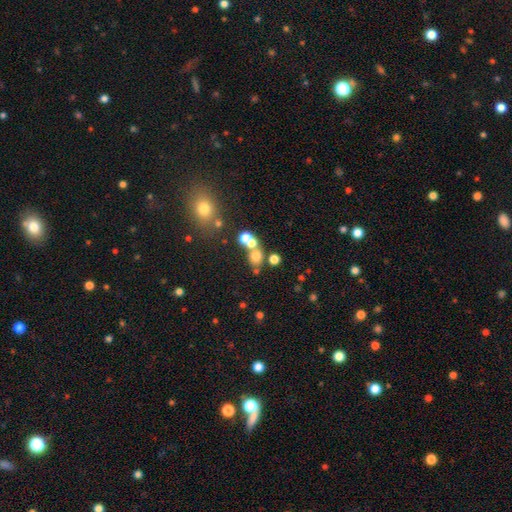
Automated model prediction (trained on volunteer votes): Smooth or featured?
  - smooth: 66% *
  - star or artifact: 19%
  - featured or disk: 15%
How rounded?
  - round: 73% *
  - in between: 25%
  - cigar-shaped: 2%
Merging?
  - none: 45% *
  - merger: 42%
  - minor disturbance: 8%
  - major disturbance: 5%